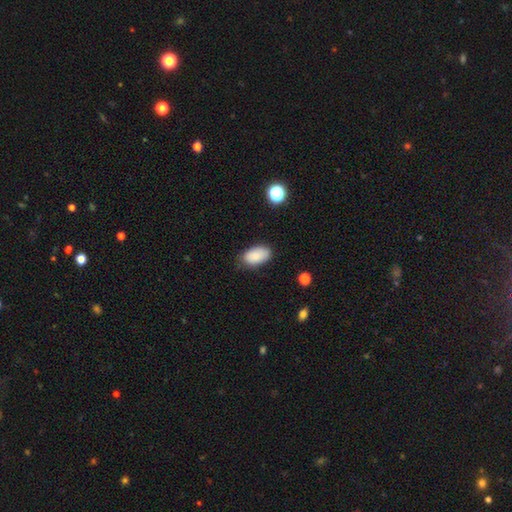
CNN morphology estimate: Q: Smooth or featured?
A: smooth (86%); runner-up: star or artifact (8%)
Q: How rounded?
A: in between (94%); runner-up: round (4%)
Q: Merging?
A: none (78%); runner-up: minor disturbance (17%)